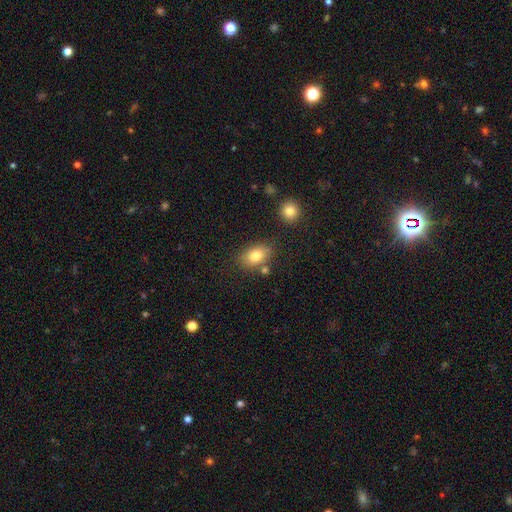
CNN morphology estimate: A smooth galaxy with no disk features (80%) that is in between round and cigar-shaped (78%).

Vote fractions:
- Smooth or featured? smooth: 80% / featured or disk: 10% / star or artifact: 9%
- How rounded? in between: 78% / round: 21% / cigar-shaped: 2%
- Merging? none: 72% / minor disturbance: 14% / merger: 10% / major disturbance: 4%